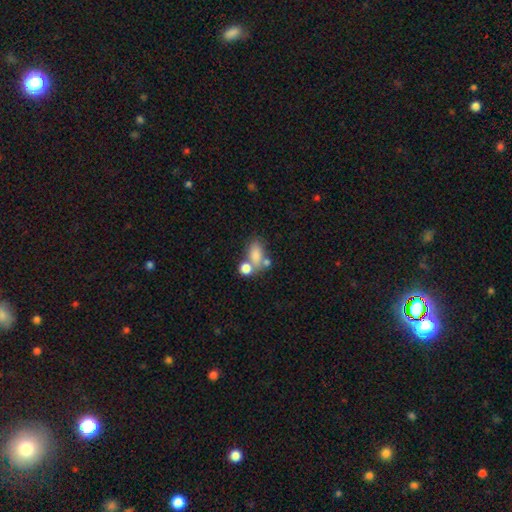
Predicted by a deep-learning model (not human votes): Smooth or featured?
  - smooth: 76% *
  - featured or disk: 13%
  - star or artifact: 11%
How rounded?
  - in between: 82% *
  - round: 15%
  - cigar-shaped: 3%
Merging?
  - merger: 43% *
  - none: 36%
  - minor disturbance: 12%
  - major disturbance: 9%